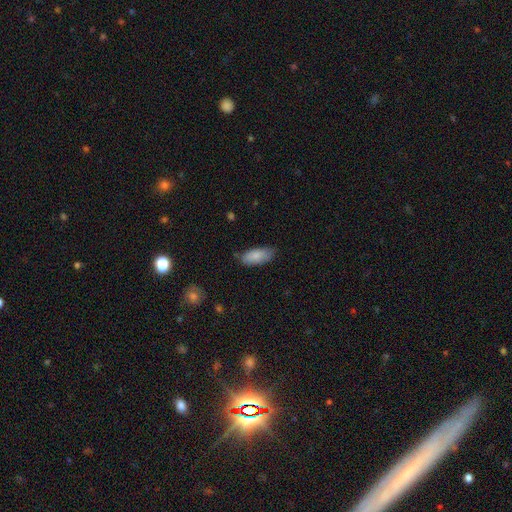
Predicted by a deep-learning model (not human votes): Smooth or featured? Predicted: smooth (p=0.86). How rounded? Predicted: in between (p=0.85). Merging? Predicted: none (p=0.75).